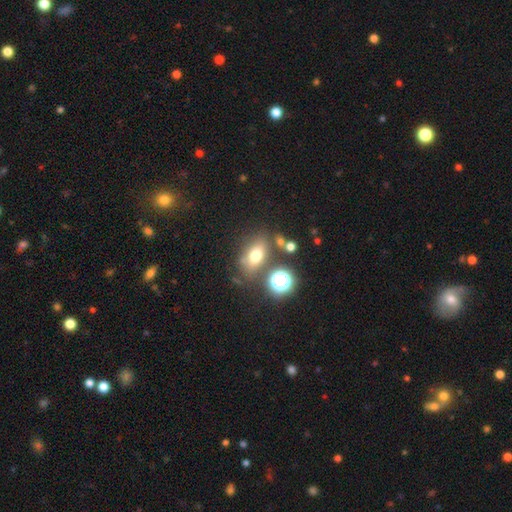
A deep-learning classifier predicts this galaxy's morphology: smooth 66%, star or artifact 18%, featured or disk 17%. Down the decision tree: how rounded — in between (70%); merging — none (68%).